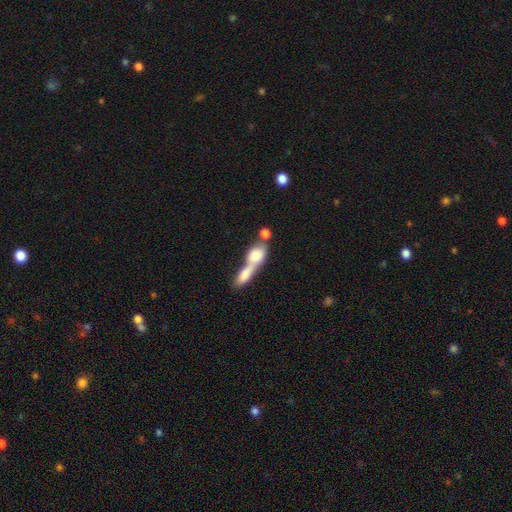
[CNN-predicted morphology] The model was most divided on "how rounded": in between: 59%, round: 23%, cigar-shaped: 18%. More confident: merging — merger (78%); smooth or featured — smooth (74%).